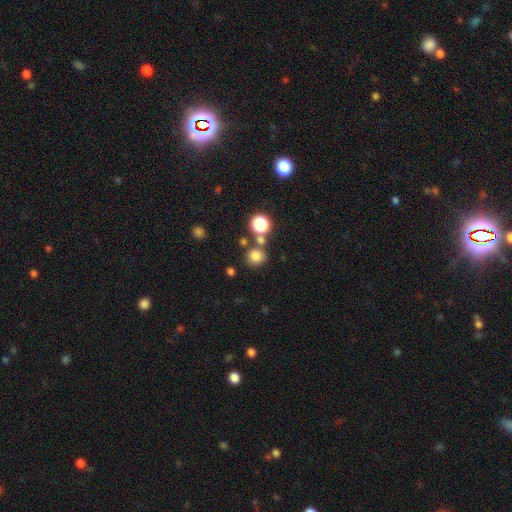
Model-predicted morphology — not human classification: smooth_or_featured: smooth (p=0.78) [alt: star or artifact p=0.17]
how_rounded: round (p=0.89) [alt: in between p=0.10]
merging: none (p=0.71) [alt: merger p=0.16]